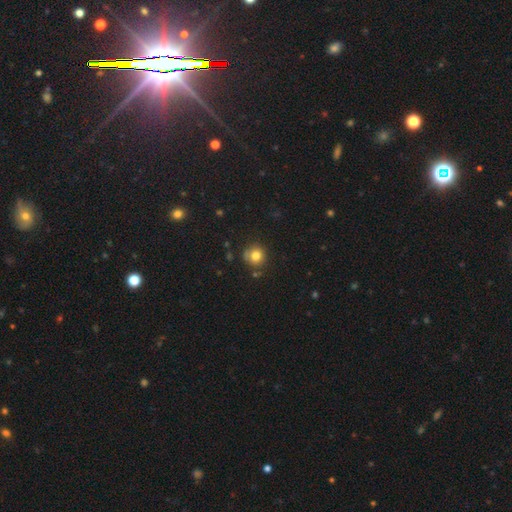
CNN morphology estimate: Smooth or featured? Predicted: smooth (p=0.79). How rounded? Predicted: round (p=0.90). Merging? Predicted: none (p=0.75).